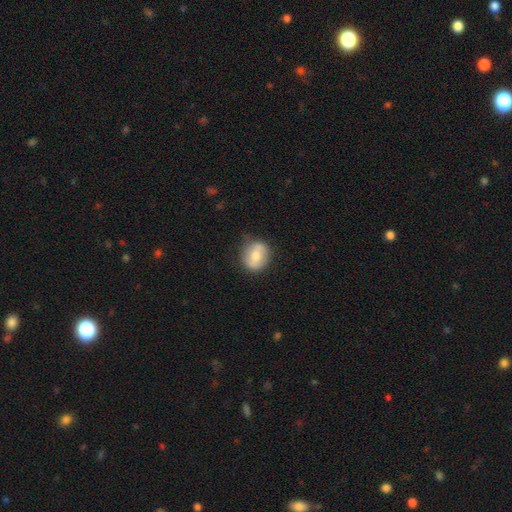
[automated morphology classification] Smooth or featured?
  - smooth: 61% *
  - featured or disk: 32%
  - star or artifact: 7%
How rounded?
  - round: 74% *
  - in between: 24%
  - cigar-shaped: 1%
Merging?
  - none: 78% *
  - minor disturbance: 17%
  - major disturbance: 4%
  - merger: 2%